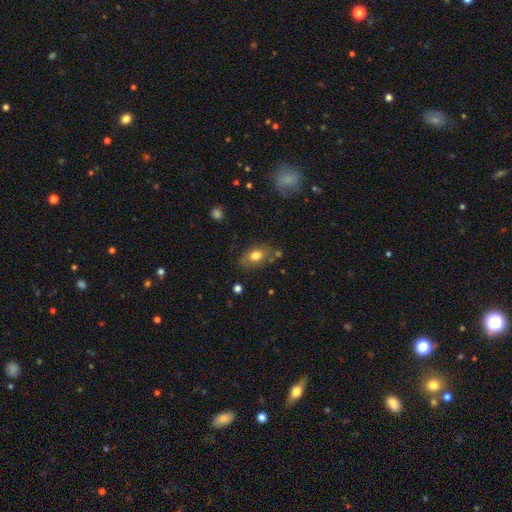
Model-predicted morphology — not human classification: Smooth or featured?
  - smooth: 75% *
  - featured or disk: 15%
  - star or artifact: 10%
How rounded?
  - in between: 75% *
  - round: 23%
  - cigar-shaped: 2%
Merging?
  - none: 69% *
  - minor disturbance: 20%
  - major disturbance: 6%
  - merger: 5%